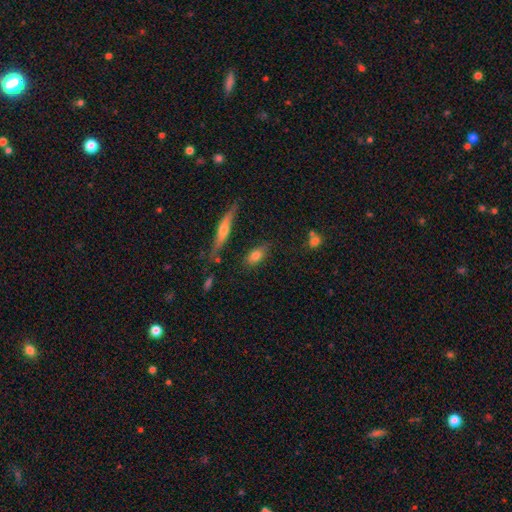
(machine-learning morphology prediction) smooth-or-featured: smooth: 76% | featured or disk: 15% | star or artifact: 9%
  how-rounded: in between: 81% | cigar-shaped: 10% | round: 9%
  merging: none: 78% | minor disturbance: 14% | merger: 5% | major disturbance: 4%